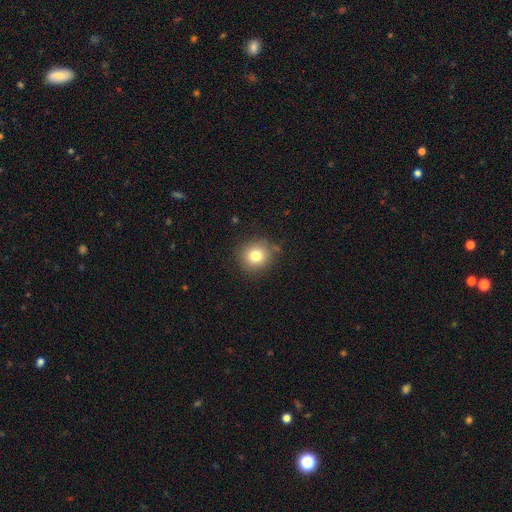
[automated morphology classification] This is likely a smooth galaxy (79%). How rounded: clearly round (90%). Merging: clearly none (84%).